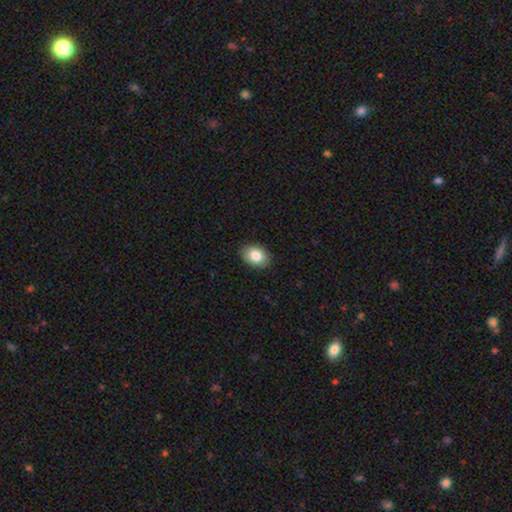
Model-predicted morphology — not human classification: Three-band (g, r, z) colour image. It shows a smooth galaxy with no disk features (84%) that is in between round and cigar-shaped (77%). Merging: none (89%).